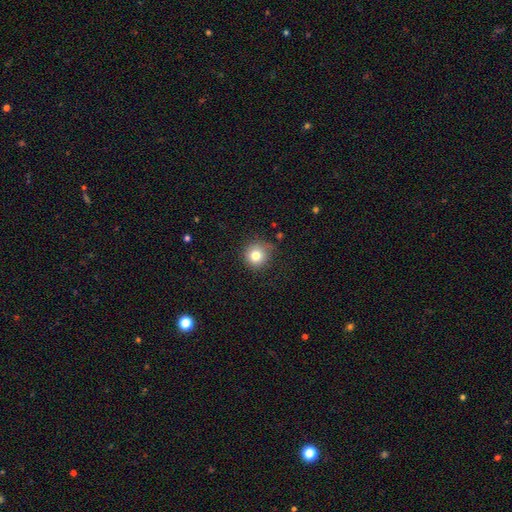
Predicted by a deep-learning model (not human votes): A smooth galaxy with no disk features (81%) that is round (93%). Merging: none (77%).